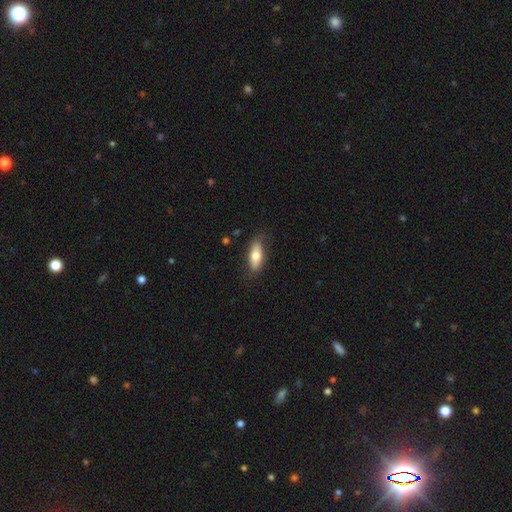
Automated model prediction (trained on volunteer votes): This appears to be a smooth galaxy with no disk features (68%) that is in between round and cigar-shaped (72%). Merging: none (80%).